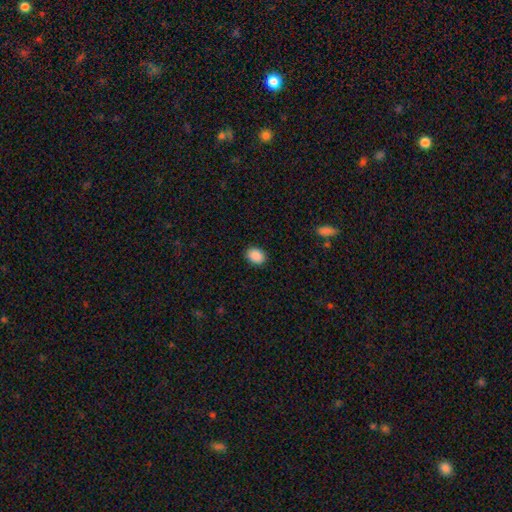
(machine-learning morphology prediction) A smooth galaxy with no disk features (89%) that is in between round and cigar-shaped (67%). Merging: none (90%).